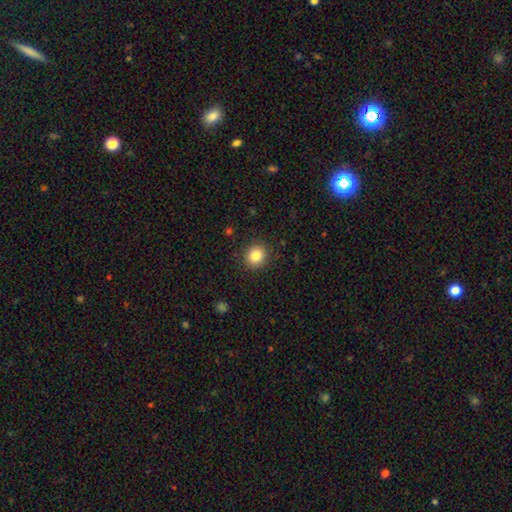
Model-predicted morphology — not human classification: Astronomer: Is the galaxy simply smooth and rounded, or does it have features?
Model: smooth — 84%.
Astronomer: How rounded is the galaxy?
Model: round — 85%.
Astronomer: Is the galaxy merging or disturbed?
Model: none — 90%.